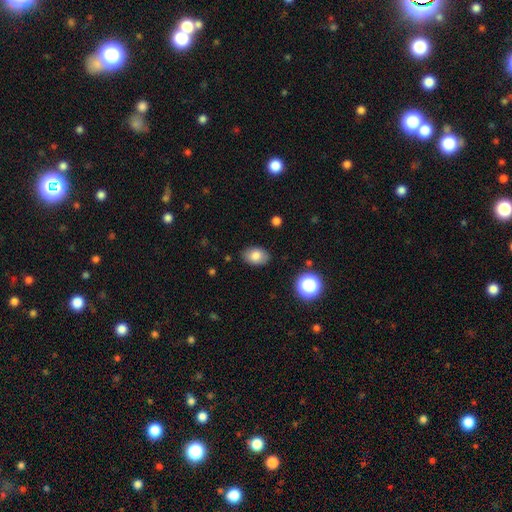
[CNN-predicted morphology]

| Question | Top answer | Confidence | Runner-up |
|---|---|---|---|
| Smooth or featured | smooth | 81% | featured or disk (10%) |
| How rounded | in between | 83% | round (16%) |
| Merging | none | 85% | minor disturbance (11%) |